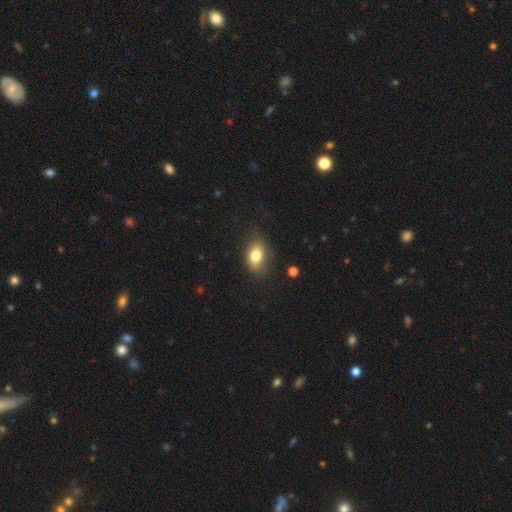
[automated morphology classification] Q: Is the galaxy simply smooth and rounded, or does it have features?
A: smooth — 79%.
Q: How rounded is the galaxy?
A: in between — 79%.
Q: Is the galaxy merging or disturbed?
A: none — 71%.